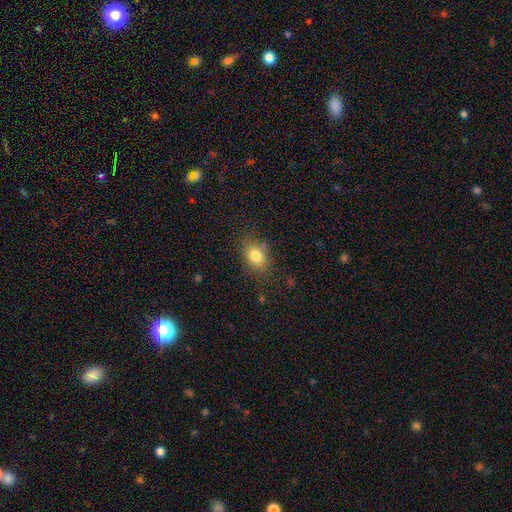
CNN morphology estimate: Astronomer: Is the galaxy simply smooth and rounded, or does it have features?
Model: smooth — 82%.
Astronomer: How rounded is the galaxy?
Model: in between — 75%.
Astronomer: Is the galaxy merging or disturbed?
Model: none — 76%.